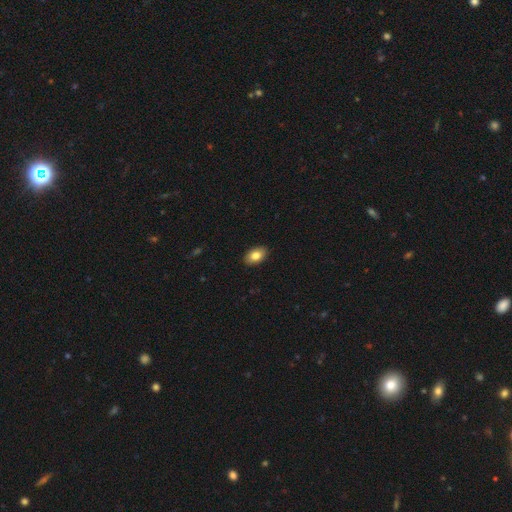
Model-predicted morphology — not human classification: The model was most divided on "smooth or featured": smooth: 83%, featured or disk: 10%, star or artifact: 7%. More confident: how rounded — in between (91%); merging — none (90%).